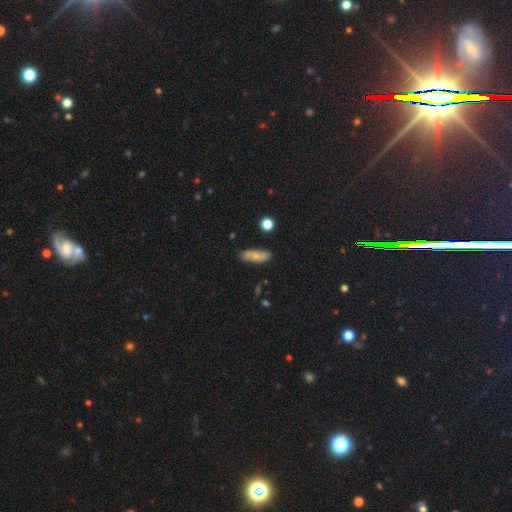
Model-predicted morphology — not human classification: Smooth or featured?
  - smooth: 64% *
  - featured or disk: 28%
  - star or artifact: 8%
How rounded?
  - in between: 67% *
  - cigar-shaped: 29%
  - round: 4%
Merging?
  - none: 77% *
  - minor disturbance: 17%
  - major disturbance: 3%
  - merger: 3%